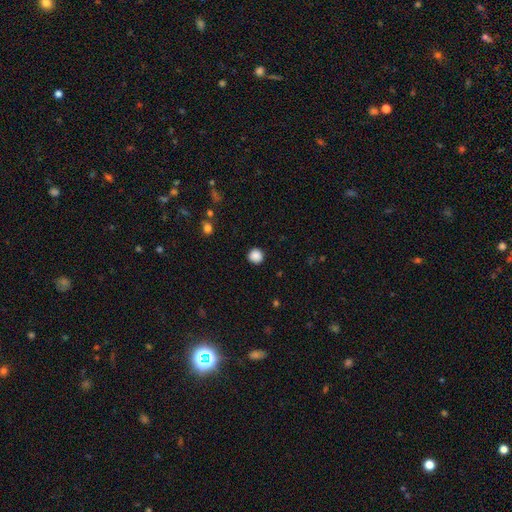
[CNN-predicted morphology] smooth 88%, star or artifact 10%, featured or disk 3%. Down the decision tree: how rounded — round (94%); merging — none (91%).